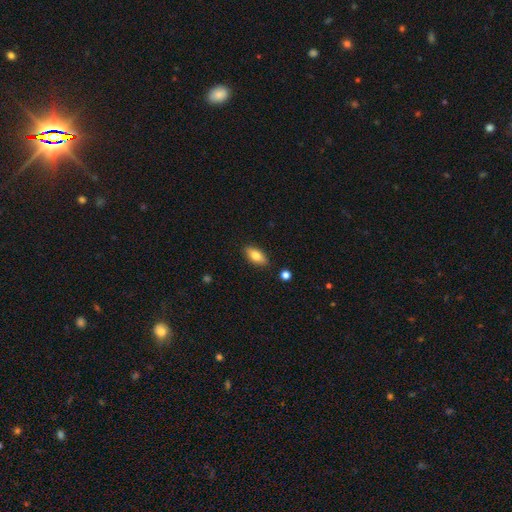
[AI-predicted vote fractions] Smooth or featured: smooth — 75% (featured or disk — 17%)
How rounded: in between — 83% (cigar-shaped — 14%)
Merging: none — 88% (minor disturbance — 9%)